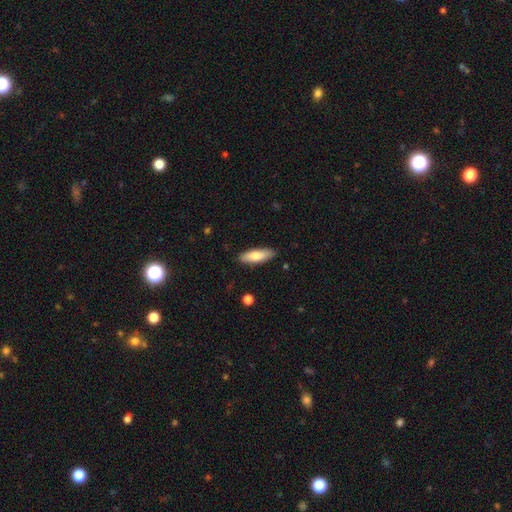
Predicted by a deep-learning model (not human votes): Q: Smooth or featured?
A: smooth (76%); runner-up: featured or disk (19%)
Q: How rounded?
A: in between (51%); runner-up: cigar-shaped (47%)
Q: Merging?
A: none (88%); runner-up: minor disturbance (9%)